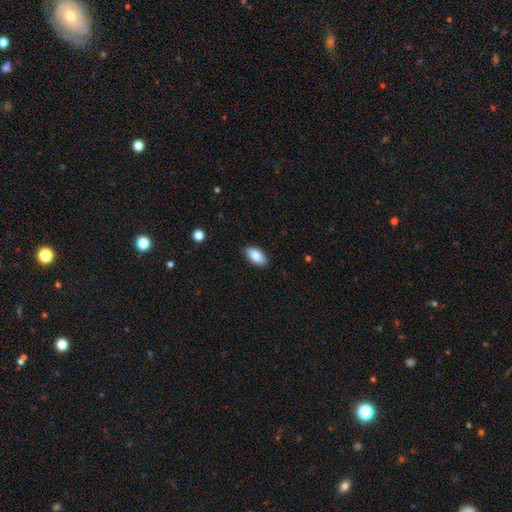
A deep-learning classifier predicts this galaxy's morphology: smooth 85%, featured or disk 8%, star or artifact 6%. Down the decision tree: how rounded — in between (91%); merging — none (86%).